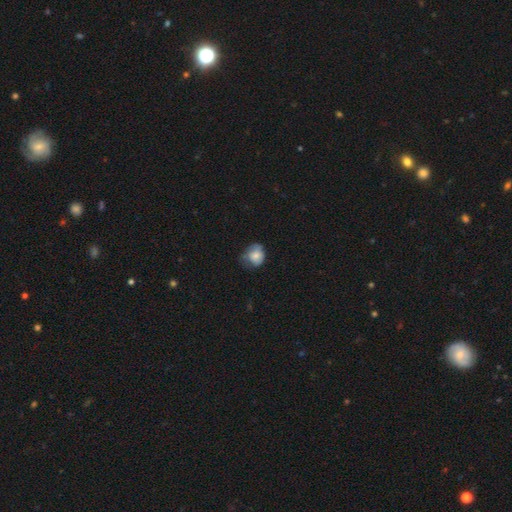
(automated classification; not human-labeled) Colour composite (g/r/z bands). It shows a smooth galaxy with no disk features (73%) that is round (62%). Merging: none (45%).